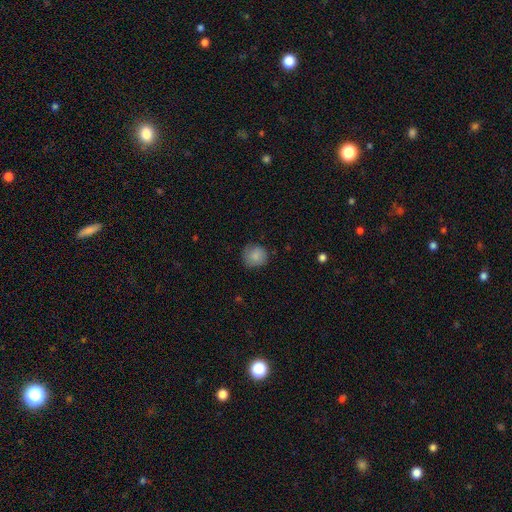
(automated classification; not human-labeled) Q: Smooth or featured?
A: smooth (83%); runner-up: featured or disk (9%)
Q: How rounded?
A: round (88%); runner-up: in between (11%)
Q: Merging?
A: none (76%); runner-up: minor disturbance (19%)